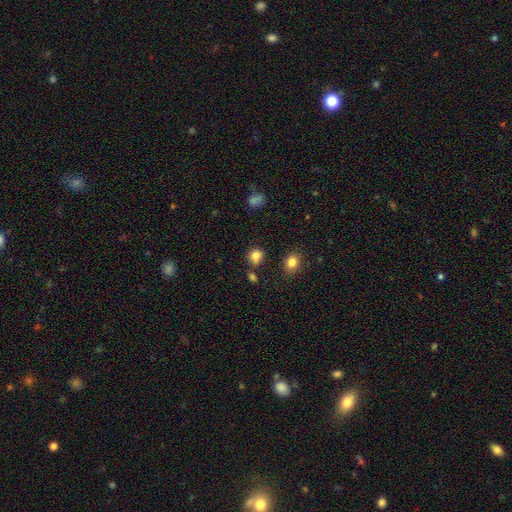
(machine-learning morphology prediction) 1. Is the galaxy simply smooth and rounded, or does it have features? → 83% smooth, 12% star or artifact, 5% featured or disk.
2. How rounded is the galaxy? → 78% round, 21% in between, 1% cigar-shaped.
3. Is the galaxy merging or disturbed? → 71% none, 15% minor disturbance, 10% merger, 4% major disturbance.